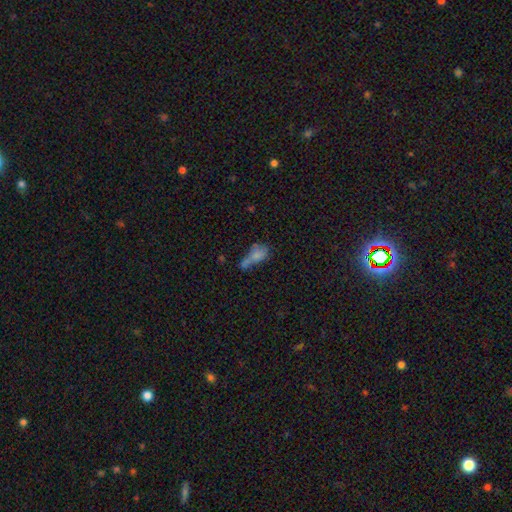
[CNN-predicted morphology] A smooth galaxy with no disk features (66%) that is in between round and cigar-shaped (73%). Merging: merger (36%).